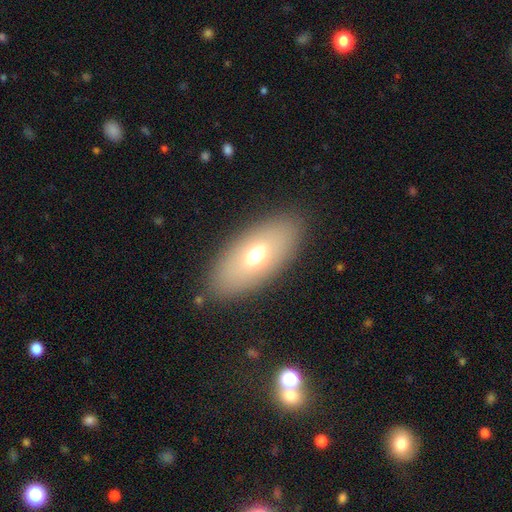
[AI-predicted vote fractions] smooth 62%, featured or disk 28%, star or artifact 10%. Down the decision tree: how rounded — in between (89%); merging — none (85%).